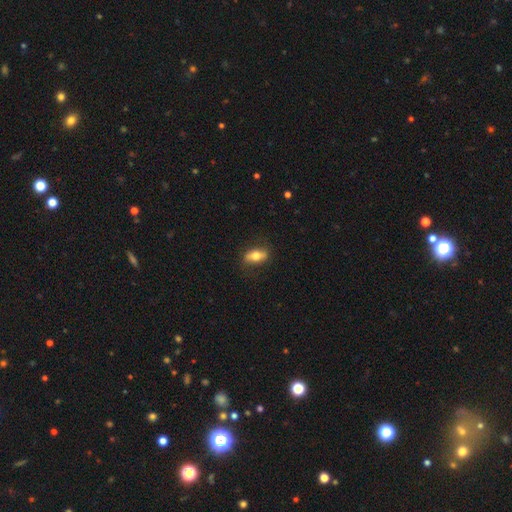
A smooth galaxy with no disk features (58%) that is in between round and cigar-shaped (82%).

Vote fractions:
- Smooth or featured? smooth: 58% / featured or disk: 39% / star or artifact: 3%
- How rounded? in between: 82% / cigar-shaped: 14% / round: 5%
- Merging? none: 70% / minor disturbance: 22% / major disturbance: 8% / merger: 0%